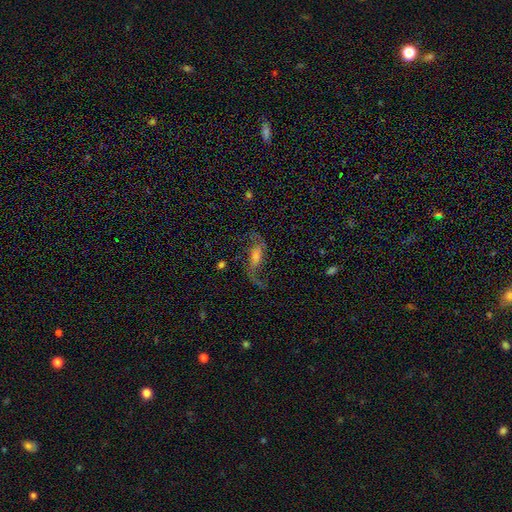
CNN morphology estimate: This is clearly a featured or disk galaxy (80%). It is clearly not viewed edge-on (93%). Bar: marginally weak (43%). Spiral arm pattern: clearly yes (94%). Spiral arm count: clearly 2 (89%). Spiral winding: likely loose (77%). Central bulge: marginally moderate (43%). Merging: likely none (65%).